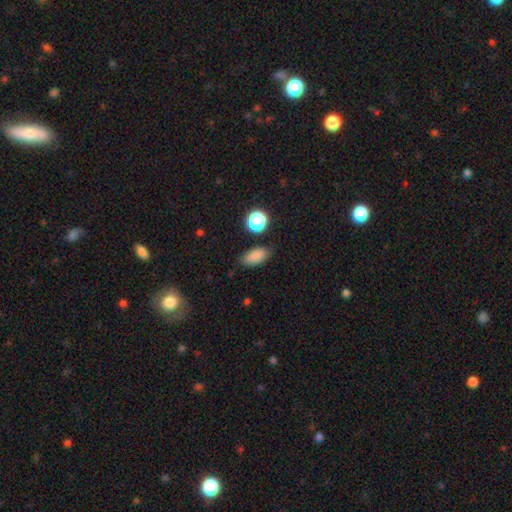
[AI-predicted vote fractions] The model was most divided on "merging": none: 75%, minor disturbance: 18%, major disturbance: 4%, merger: 3%. More confident: how rounded — in between (85%); smooth or featured — smooth (83%).